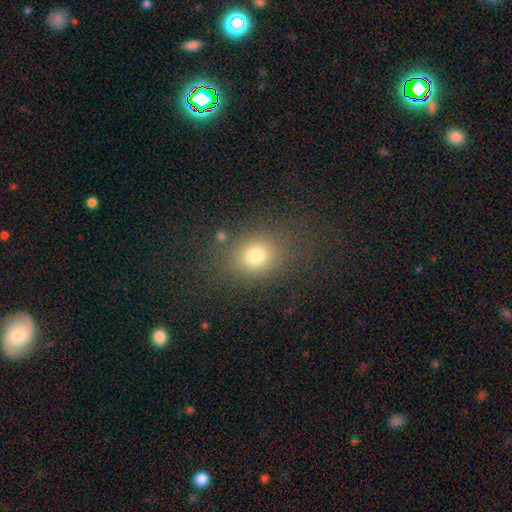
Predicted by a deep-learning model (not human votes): This appears to be a smooth galaxy with no disk features (77%) that is round (62%). Merging: none (76%).